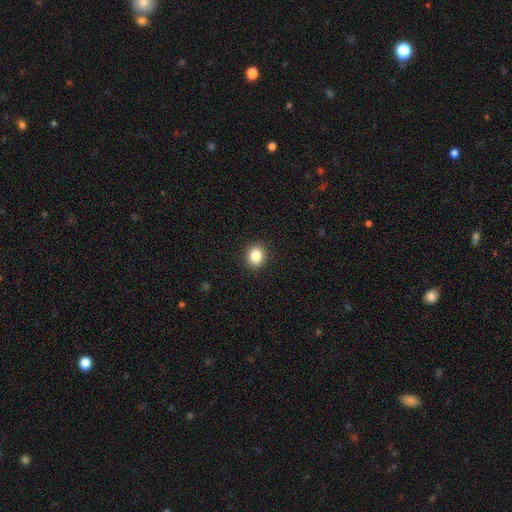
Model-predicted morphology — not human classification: Smooth or featured? smooth (85%)
How rounded? round (68%)
Merging? none (91%)